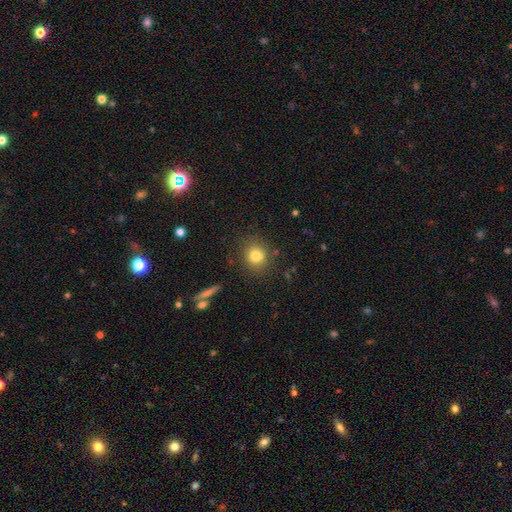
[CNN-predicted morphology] Q: Smooth or featured?
A: smooth (79%); runner-up: star or artifact (12%)
Q: How rounded?
A: round (81%); runner-up: in between (18%)
Q: Merging?
A: none (80%); runner-up: minor disturbance (12%)